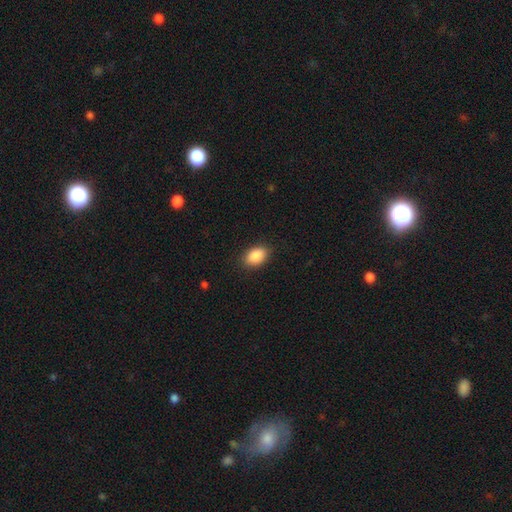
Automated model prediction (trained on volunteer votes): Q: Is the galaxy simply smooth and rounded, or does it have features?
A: smooth — 89%.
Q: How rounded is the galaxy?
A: in between — 87%.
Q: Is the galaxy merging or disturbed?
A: none — 86%.